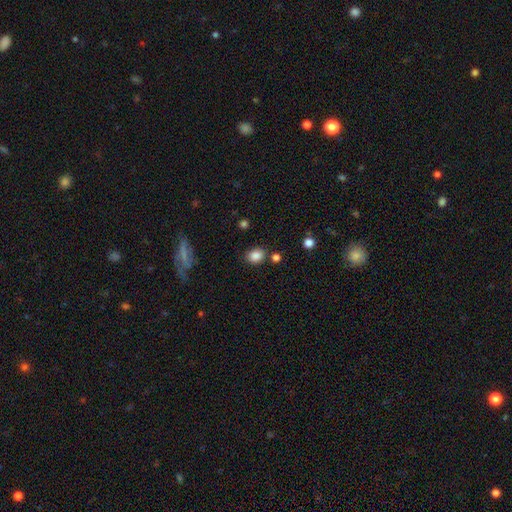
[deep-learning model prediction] Overall: smooth (85%). How rounded: in between (54%; round 45%). Merging: none (77%).